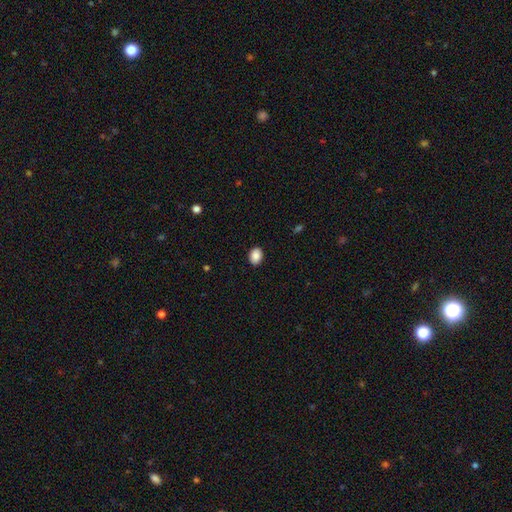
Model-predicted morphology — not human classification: smooth 89%, star or artifact 8%, featured or disk 3%. Down the decision tree: how rounded — in between (65%); merging — none (89%).